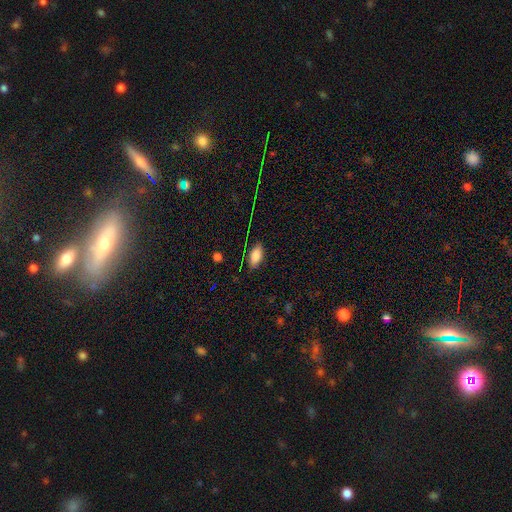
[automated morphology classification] type=smooth (82%); roundness=in between (89%); merging=none (81%).